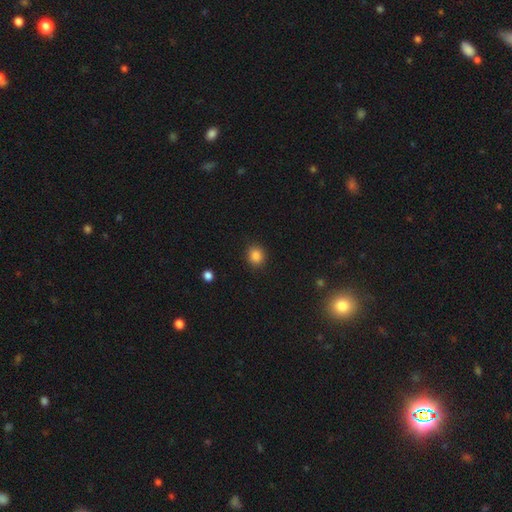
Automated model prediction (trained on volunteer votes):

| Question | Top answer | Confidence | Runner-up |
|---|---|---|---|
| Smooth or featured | smooth | 86% | star or artifact (11%) |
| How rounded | round | 79% | in between (20%) |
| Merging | none | 89% | minor disturbance (7%) |